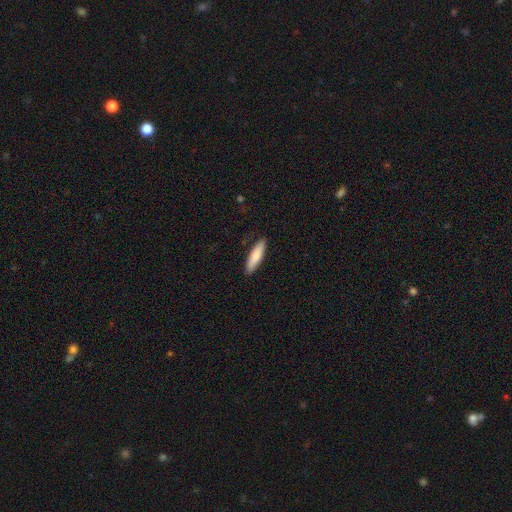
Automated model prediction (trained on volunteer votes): A smooth galaxy with no disk features (80%) that is cigar-shaped (68%).

Vote fractions:
- Smooth or featured? smooth: 80% / featured or disk: 14% / star or artifact: 5%
- How rounded? cigar-shaped: 68% / in between: 30% / round: 1%
- Merging? none: 88% / minor disturbance: 9% / major disturbance: 2% / merger: 1%